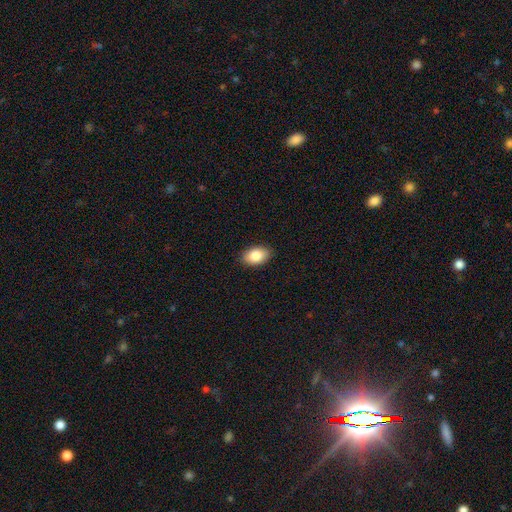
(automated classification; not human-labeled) Smooth or featured: smooth — 86% (star or artifact — 7%)
How rounded: in between — 91% (round — 8%)
Merging: none — 89% (minor disturbance — 8%)